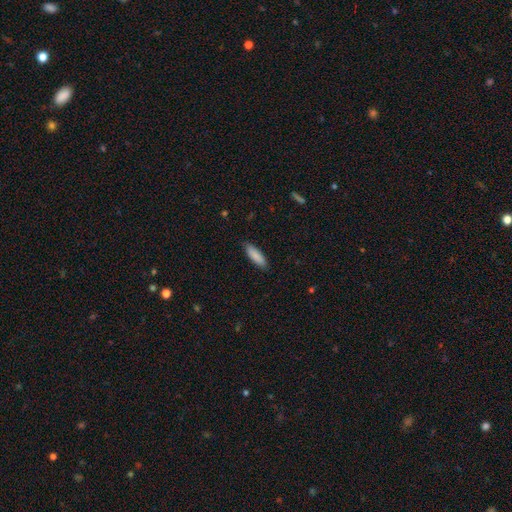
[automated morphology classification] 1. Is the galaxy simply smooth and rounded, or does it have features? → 87% smooth, 7% featured or disk, 6% star or artifact.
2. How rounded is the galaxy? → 52% cigar-shaped, 47% in between, 1% round.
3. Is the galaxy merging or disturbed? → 86% none, 11% minor disturbance, 2% major disturbance, 1% merger.